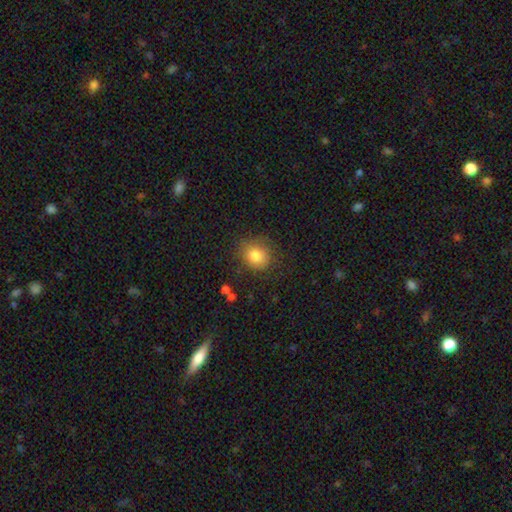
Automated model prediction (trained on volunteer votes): This appears to be a smooth galaxy with no disk features (81%) that is round (70%). Merging: none (79%).